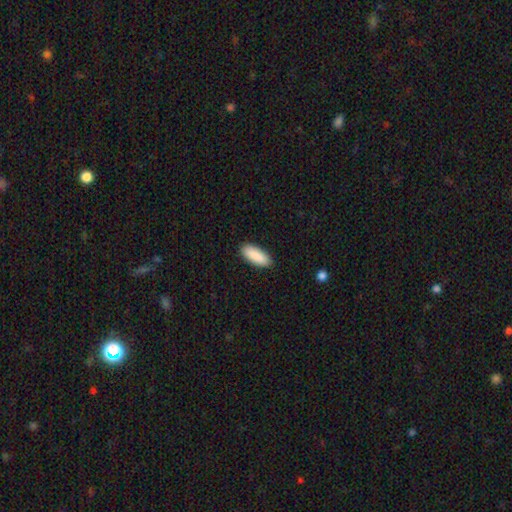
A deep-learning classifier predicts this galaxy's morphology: Overall: smooth (90%). How rounded: in between (74%). Merging: none (90%).